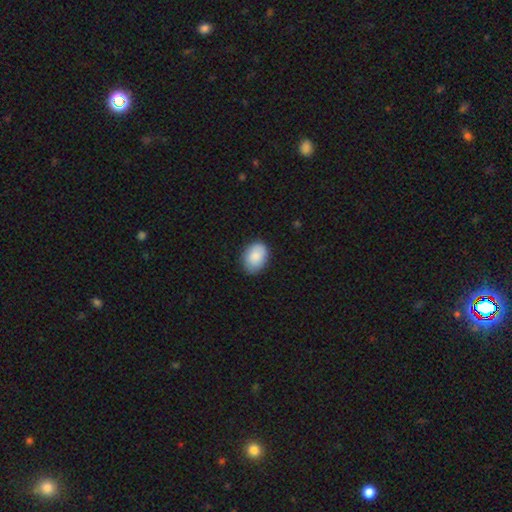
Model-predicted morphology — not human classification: The model was most divided on "how rounded": in between: 78%, round: 21%, cigar-shaped: 1%. More confident: smooth or featured — smooth (87%); merging — none (83%).